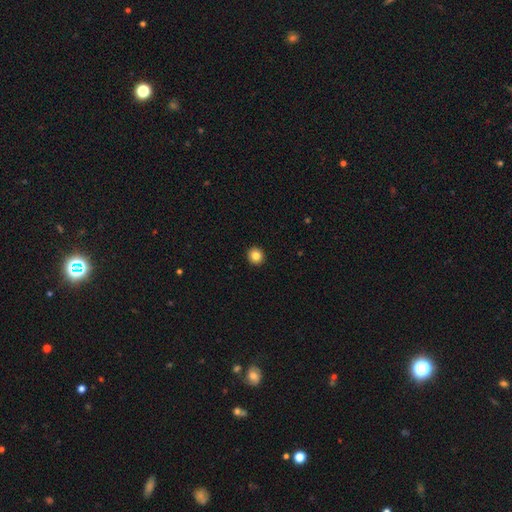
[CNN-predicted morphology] This appears to be a smooth galaxy with no disk features (84%) that is round (91%). Merging: none (93%).